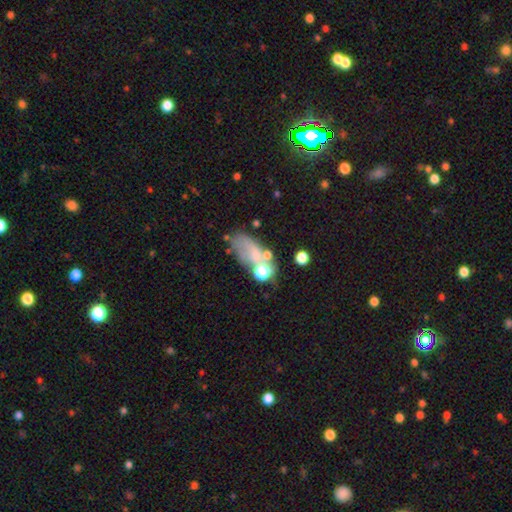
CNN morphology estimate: A smooth galaxy with no disk features (50%). Merging: none (37%).